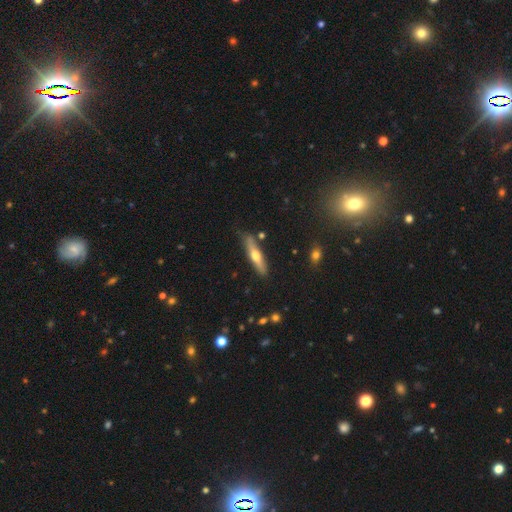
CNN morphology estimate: A featured or disk galaxy (53%) viewed edge-on (91%).

Vote fractions:
- Smooth or featured? featured or disk: 53% / smooth: 42% / star or artifact: 6%
- Edge-on disk? yes: 91% / no: 9%
- Merging? none: 82% / minor disturbance: 13% / merger: 3% / major disturbance: 2%